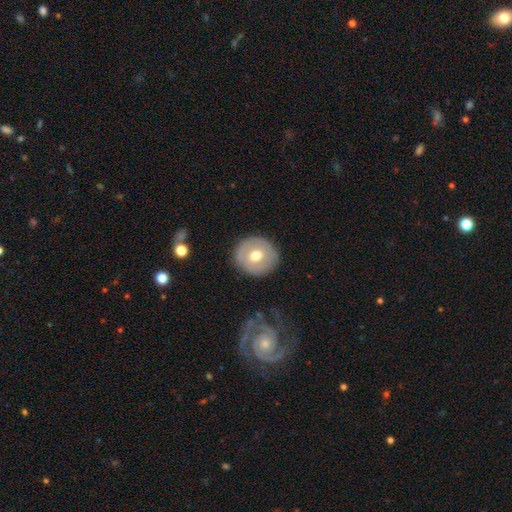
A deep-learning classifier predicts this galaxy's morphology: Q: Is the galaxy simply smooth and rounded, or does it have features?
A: smooth — 55%.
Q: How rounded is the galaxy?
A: round — 90%.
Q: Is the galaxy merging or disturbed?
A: none — 86%.